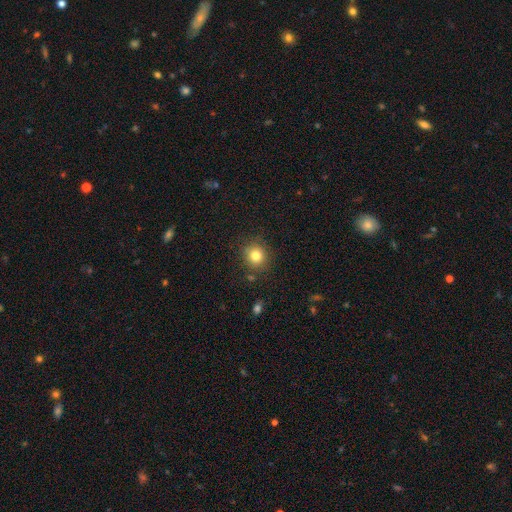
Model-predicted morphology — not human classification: This is clearly a smooth galaxy (81%). How rounded: clearly round (87%). Merging: clearly none (84%).